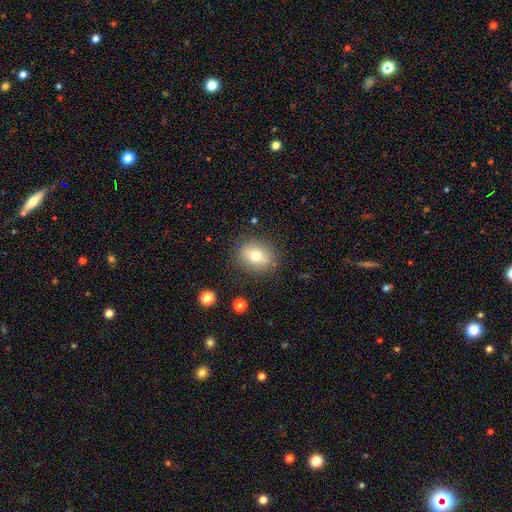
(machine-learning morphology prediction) Smooth or featured: smooth — 71% (featured or disk — 19%)
How rounded: round — 56% (in between — 43%)
Merging: none — 83% (minor disturbance — 12%)